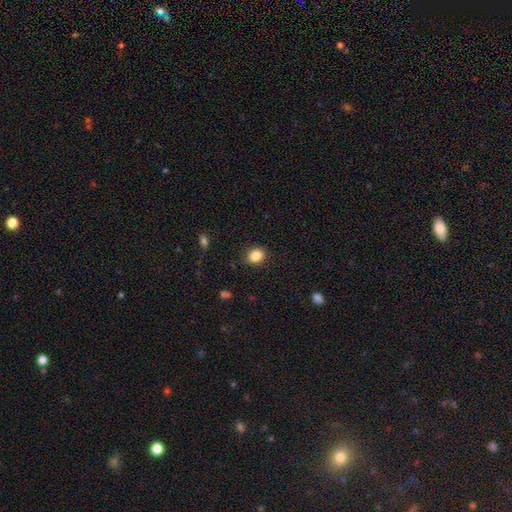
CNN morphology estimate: Smooth or featured? smooth (85%)
How rounded? round (59%)
Merging? none (86%)